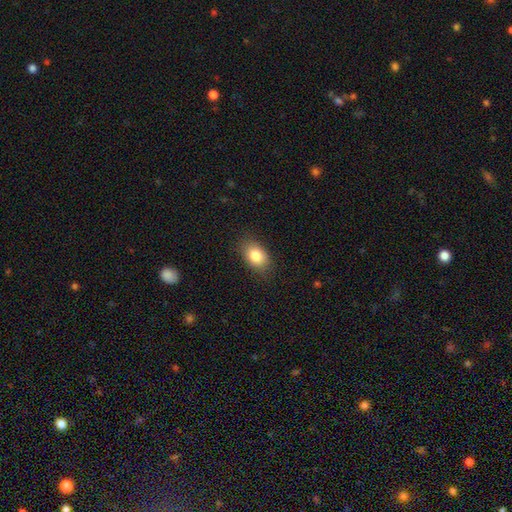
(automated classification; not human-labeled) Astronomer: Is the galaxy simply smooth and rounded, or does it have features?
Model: smooth — 84%.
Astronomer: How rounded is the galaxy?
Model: in between — 81%.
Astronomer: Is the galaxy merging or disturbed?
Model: none — 83%.